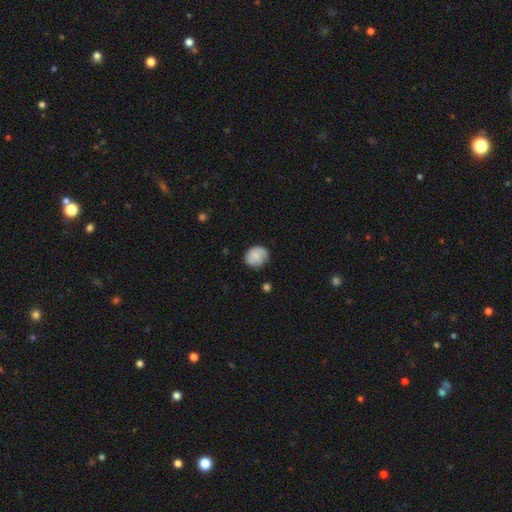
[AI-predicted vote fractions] Morphology: type=smooth (72%); roundness=round (69%); merging=none (65%).